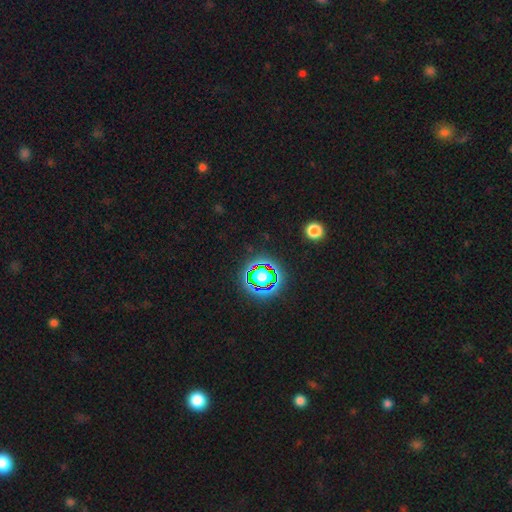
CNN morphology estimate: Q: Smooth or featured?
A: star or artifact (78%); runner-up: smooth (15%)